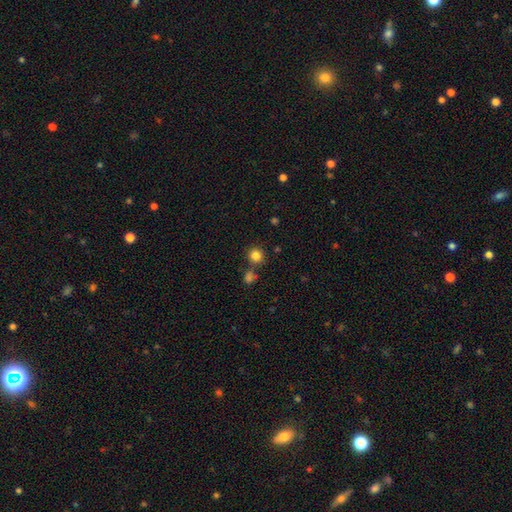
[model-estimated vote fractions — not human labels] smooth_or_featured: smooth (p=0.83) [alt: star or artifact p=0.12]
how_rounded: round (p=0.91) [alt: in between p=0.08]
merging: none (p=0.76) [alt: merger p=0.13]